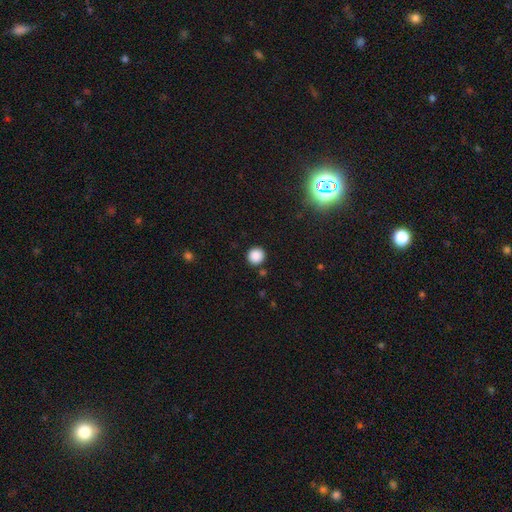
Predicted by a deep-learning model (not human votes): Smooth or featured: smooth — 86% (star or artifact — 11%)
How rounded: round — 93% (in between — 6%)
Merging: none — 90% (minor disturbance — 6%)